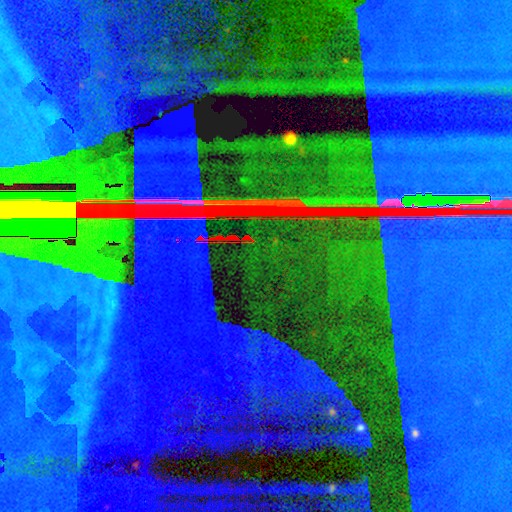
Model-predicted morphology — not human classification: star or artifact 87%, featured or disk 8%, smooth 5%.